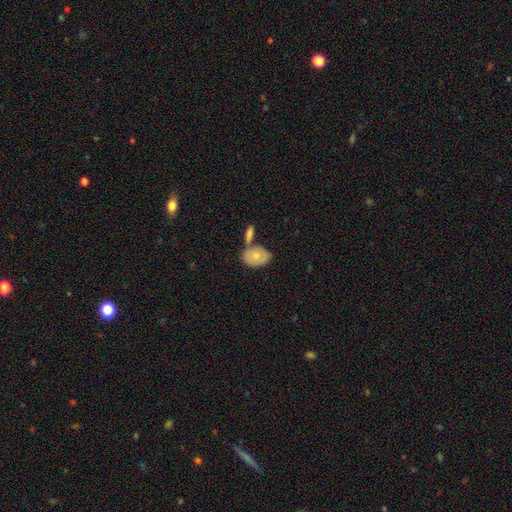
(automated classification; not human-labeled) A smooth galaxy with no disk features (72%) that is in between round and cigar-shaped (82%).

Vote fractions:
- Smooth or featured? smooth: 72% / featured or disk: 22% / star or artifact: 6%
- How rounded? in between: 82% / round: 17% / cigar-shaped: 2%
- Merging? none: 48% / merger: 31% / minor disturbance: 16% / major disturbance: 5%